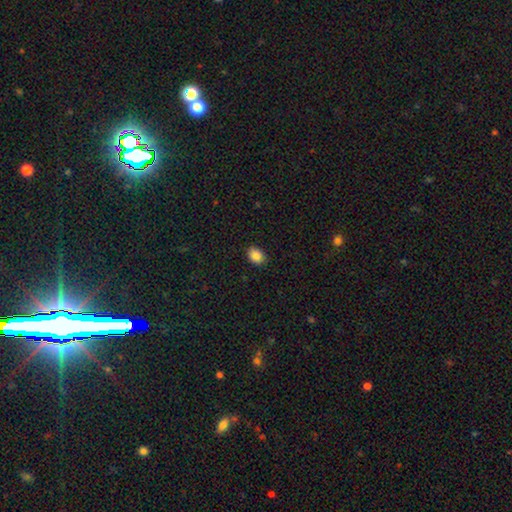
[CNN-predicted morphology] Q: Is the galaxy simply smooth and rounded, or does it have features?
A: smooth — 87%.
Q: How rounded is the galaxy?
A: in between — 65%.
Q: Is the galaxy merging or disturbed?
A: none — 88%.